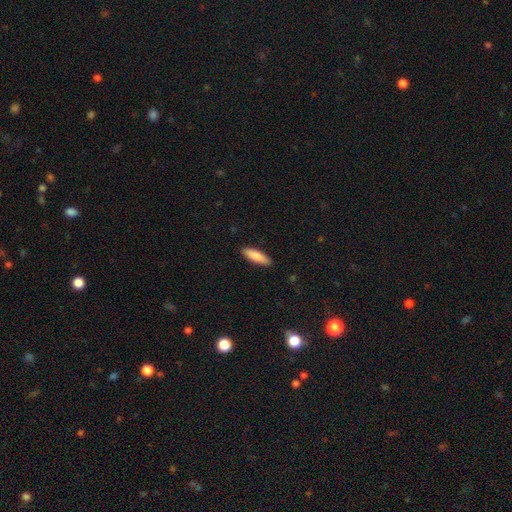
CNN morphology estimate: A smooth galaxy with no disk features (84%) that is cigar-shaped (62%).

Vote fractions:
- Smooth or featured? smooth: 84% / featured or disk: 11% / star or artifact: 5%
- How rounded? cigar-shaped: 62% / in between: 37% / round: 2%
- Merging? none: 89% / minor disturbance: 8% / major disturbance: 2% / merger: 1%